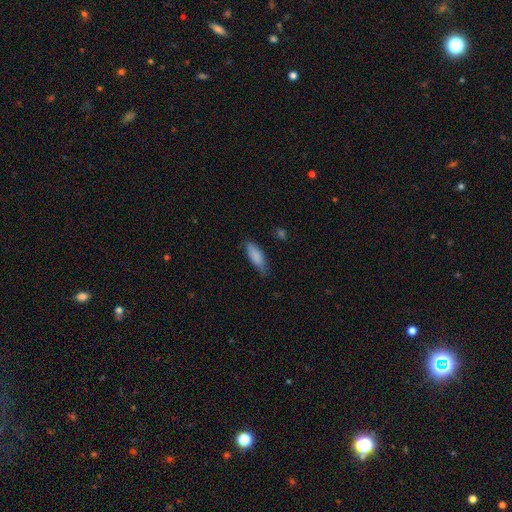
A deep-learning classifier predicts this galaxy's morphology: Smooth or featured?
  - smooth: 86% *
  - featured or disk: 8%
  - star or artifact: 6%
How rounded?
  - in between: 65% *
  - cigar-shaped: 34%
  - round: 2%
Merging?
  - none: 73% *
  - minor disturbance: 22%
  - major disturbance: 4%
  - merger: 1%